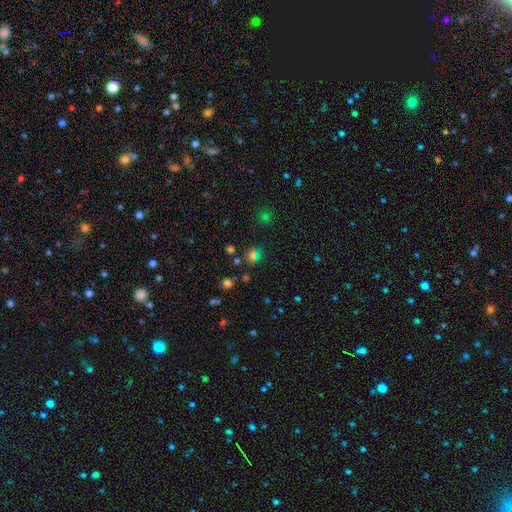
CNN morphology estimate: Smooth or featured? Predicted: smooth (p=0.59). How rounded? Predicted: round (p=0.59). Merging? Predicted: none (p=0.79).